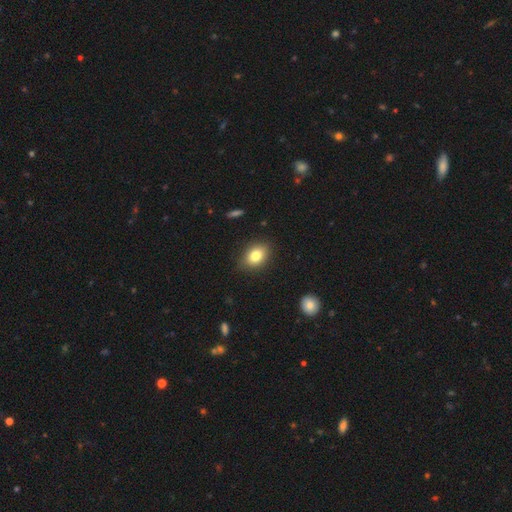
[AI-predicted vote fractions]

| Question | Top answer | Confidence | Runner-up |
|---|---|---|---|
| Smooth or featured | smooth | 81% | featured or disk (10%) |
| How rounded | in between | 74% | round (24%) |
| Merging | none | 84% | minor disturbance (12%) |